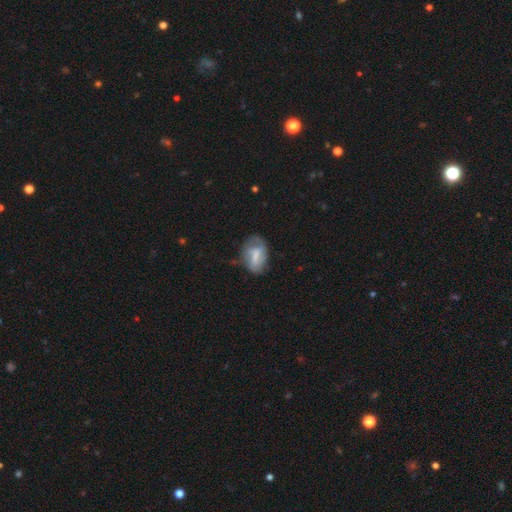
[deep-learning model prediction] This is possibly a smooth galaxy (49%). Merging: possibly none (47%).